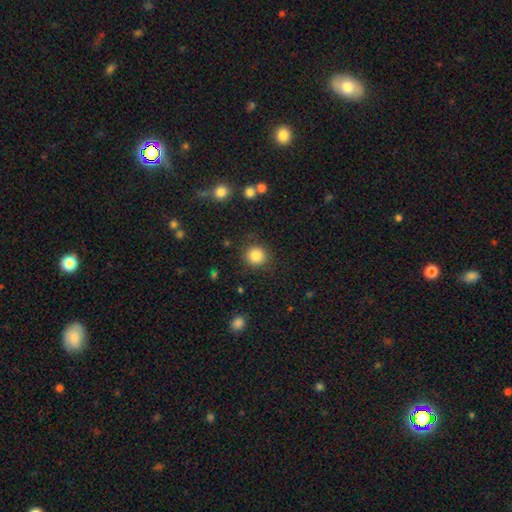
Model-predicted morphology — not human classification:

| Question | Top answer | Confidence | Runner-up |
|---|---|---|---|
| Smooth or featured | smooth | 84% | star or artifact (11%) |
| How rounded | round | 91% | in between (8%) |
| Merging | none | 87% | minor disturbance (8%) |